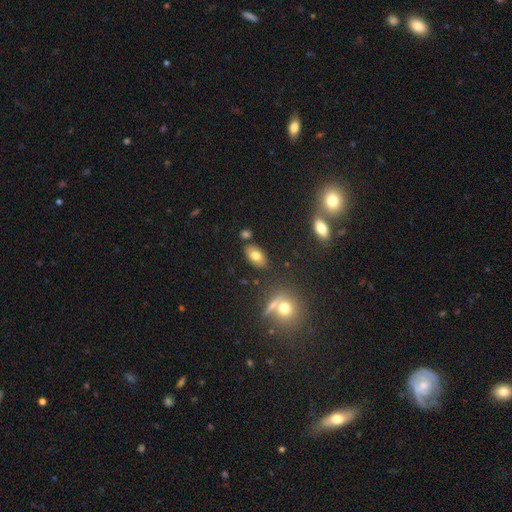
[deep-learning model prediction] Smooth or featured? smooth (75%)
How rounded? in between (90%)
Merging? none (80%)